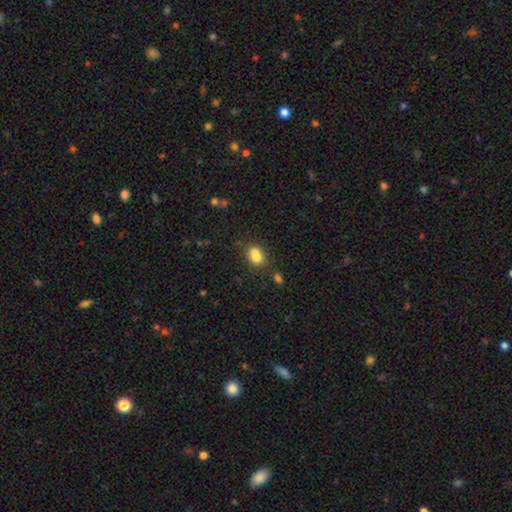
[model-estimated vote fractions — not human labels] A smooth galaxy with no disk features (79%) that is in between round and cigar-shaped (66%).

Vote fractions:
- Smooth or featured? smooth: 79% / star or artifact: 11% / featured or disk: 9%
- How rounded? in between: 66% / round: 32% / cigar-shaped: 2%
- Merging? none: 54% / merger: 22% / minor disturbance: 18% / major disturbance: 6%